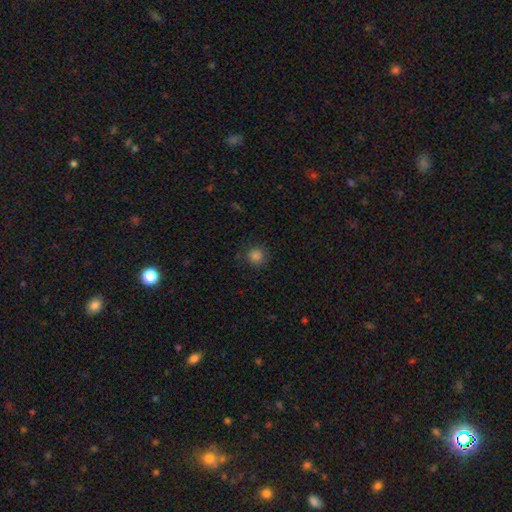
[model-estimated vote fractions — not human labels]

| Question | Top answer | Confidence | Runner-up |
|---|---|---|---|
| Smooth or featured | smooth | 83% | star or artifact (13%) |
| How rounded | round | 92% | in between (7%) |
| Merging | none | 84% | minor disturbance (11%) |